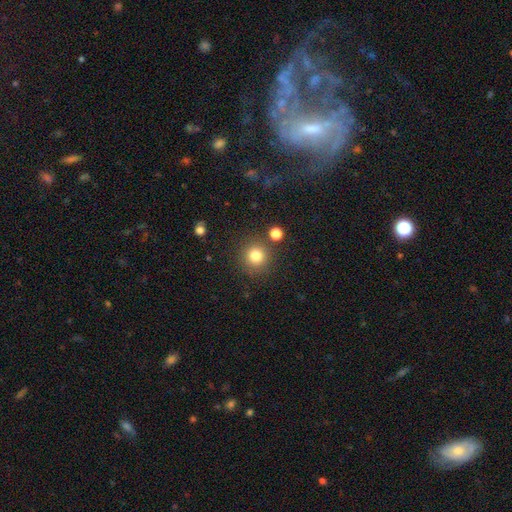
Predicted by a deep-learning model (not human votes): A smooth galaxy with no disk features (81%) that is round (93%).

Vote fractions:
- Smooth or featured? smooth: 81% / star or artifact: 12% / featured or disk: 7%
- How rounded? round: 93% / in between: 6% / cigar-shaped: 1%
- Merging? none: 84% / minor disturbance: 8% / merger: 5% / major disturbance: 3%